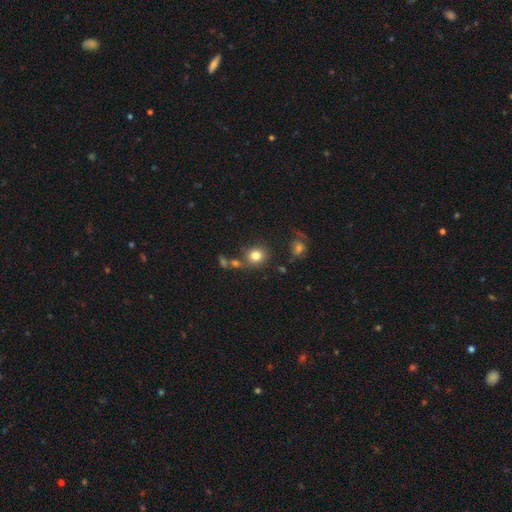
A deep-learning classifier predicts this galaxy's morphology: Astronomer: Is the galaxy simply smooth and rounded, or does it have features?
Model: smooth — 81%.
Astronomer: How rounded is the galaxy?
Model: round — 82%.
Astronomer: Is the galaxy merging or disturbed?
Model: none — 72%.